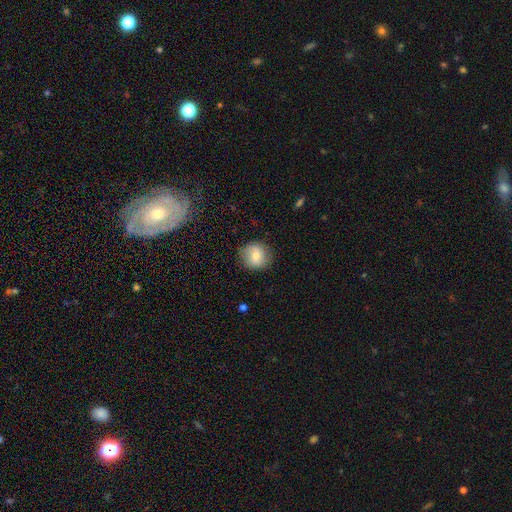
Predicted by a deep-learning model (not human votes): Morphology: type=smooth (71%); roundness=round (88%); merging=none (83%).